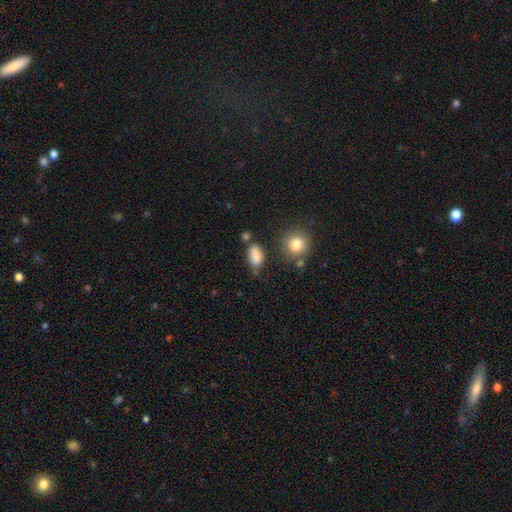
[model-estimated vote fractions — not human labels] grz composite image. It shows a smooth galaxy with no disk features (83%) that is in between round and cigar-shaped (87%). Merging: none (61%).